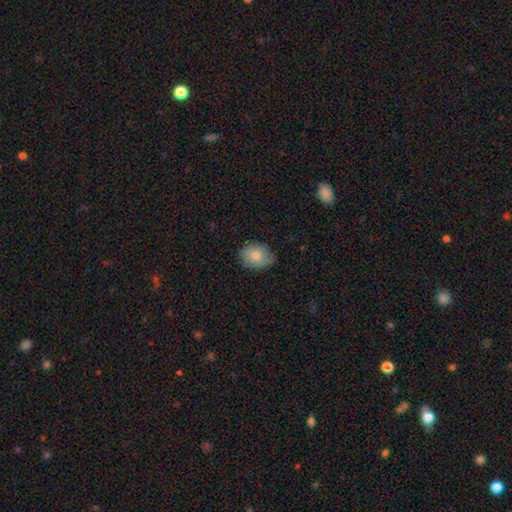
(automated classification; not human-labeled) Overall: smooth (79%). How rounded: in between (61%; round 38%). Merging: none (76%).